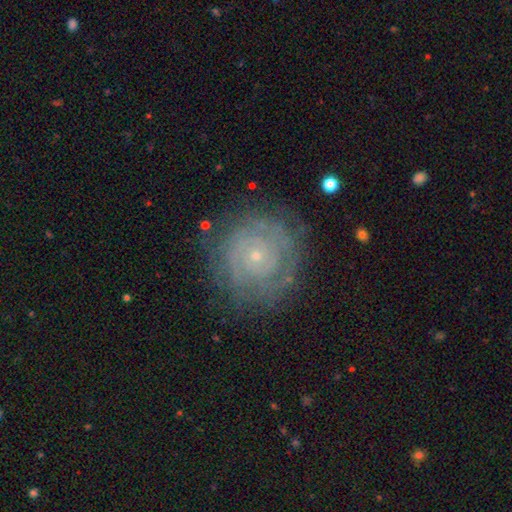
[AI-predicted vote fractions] Smooth or featured?
  - featured or disk: 73% *
  - smooth: 18%
  - star or artifact: 9%
Edge-on disk?
  - no: 97% *
  - yes: 3%
Bar?
  - no: 86% *
  - weak: 12%
  - strong: 3%
Spiral arms?
  - yes: 83% *
  - no: 17%
Spiral winding?
  - tight: 80% *
  - medium: 15%
  - loose: 5%
Spiral arm count?
  - can't tell: 47% *
  - 2: 19%
  - 3: 13%
  - 4: 9%
  - more than 4: 6%
  - 1: 6%
Bulge size?
  - small: 85% *
  - moderate: 11%
  - none: 2%
  - large: 1%
  - dominant: 1%
Merging?
  - none: 80% *
  - minor disturbance: 13%
  - major disturbance: 6%
  - merger: 1%